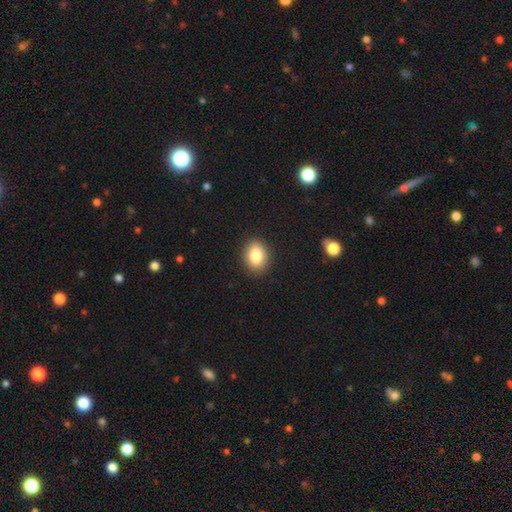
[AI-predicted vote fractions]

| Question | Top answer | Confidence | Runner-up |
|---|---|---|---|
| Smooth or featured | smooth | 84% | star or artifact (9%) |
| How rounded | in between | 66% | round (33%) |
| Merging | none | 89% | minor disturbance (8%) |